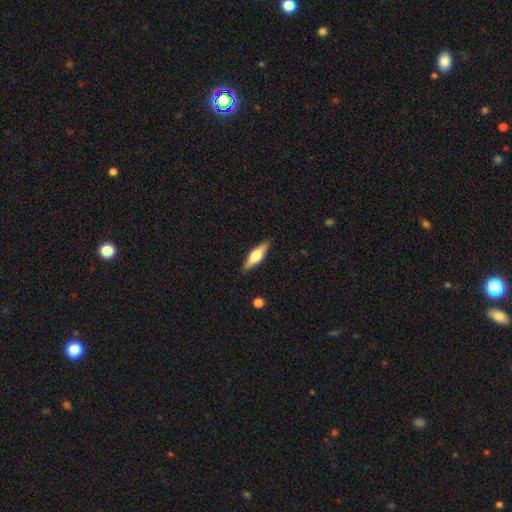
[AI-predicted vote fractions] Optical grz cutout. It shows a featured or disk galaxy (48%). Merging: none (88%).